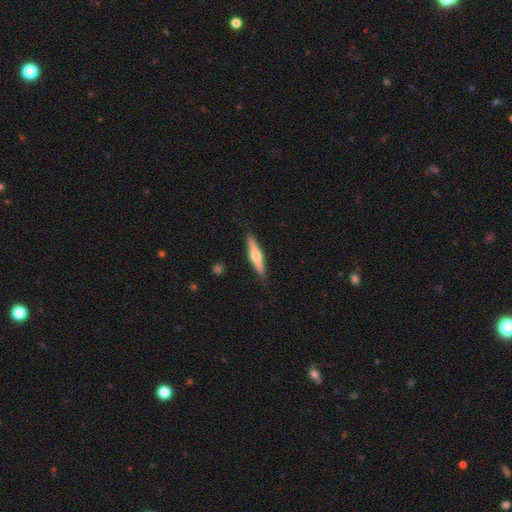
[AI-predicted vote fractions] This appears to be a featured or disk galaxy (57%) viewed edge-on (96%) with a rounded central bulge (93%). Merging: none (89%).